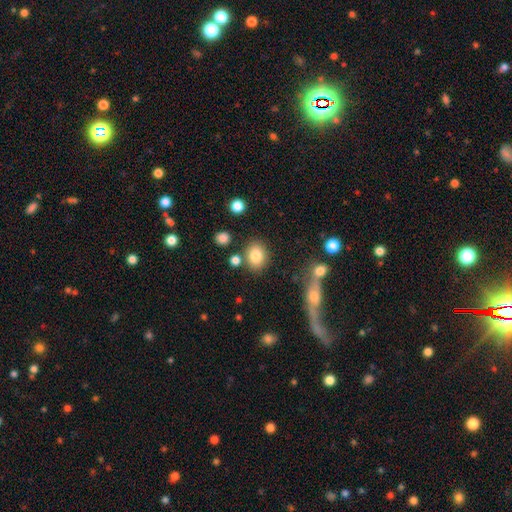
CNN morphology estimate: Q: Smooth or featured?
A: smooth (81%); runner-up: star or artifact (10%)
Q: How rounded?
A: in between (50%); runner-up: round (48%)
Q: Merging?
A: none (77%); runner-up: minor disturbance (11%)